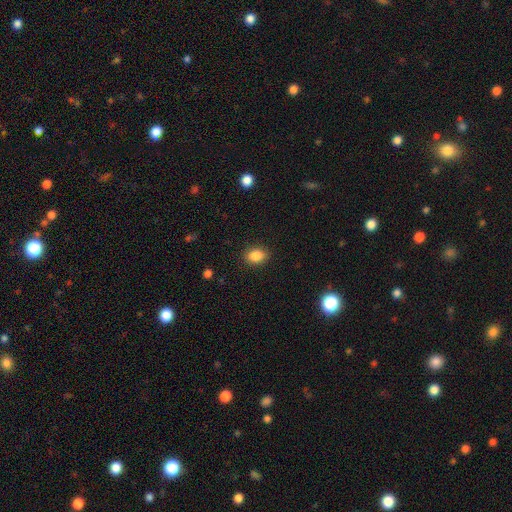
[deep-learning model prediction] Smooth or featured? Predicted: smooth (p=0.86). How rounded? Predicted: in between (p=0.64). Merging? Predicted: none (p=0.87).